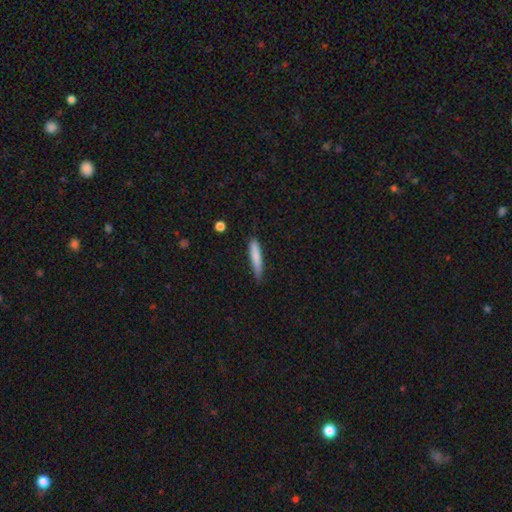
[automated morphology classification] smooth 80%, featured or disk 14%, star or artifact 6%. Down the decision tree: how rounded — cigar-shaped (89%); merging — none (73%).